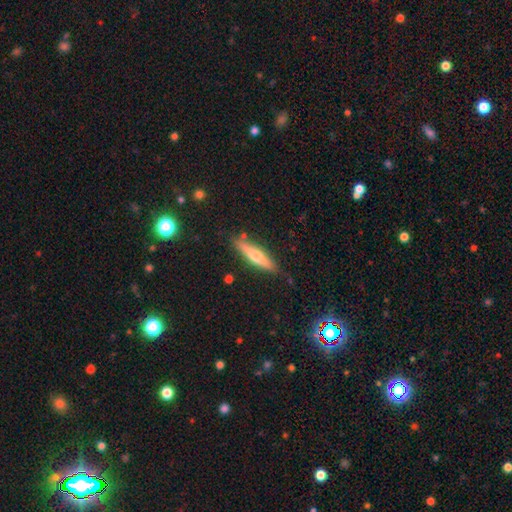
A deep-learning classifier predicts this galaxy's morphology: Smooth or featured: smooth — 47% (featured or disk — 46%)
Merging: none — 85% (minor disturbance — 11%)